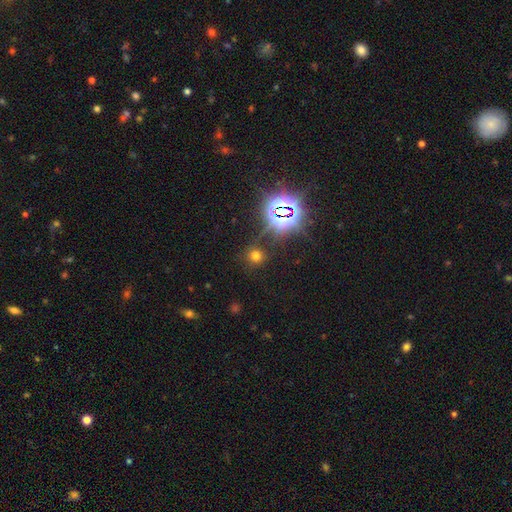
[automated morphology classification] smooth_or_featured: smooth (p=0.56) [alt: star or artifact p=0.36]
how_rounded: round (p=0.88) [alt: in between p=0.10]
merging: none (p=0.82) [alt: minor disturbance p=0.09]